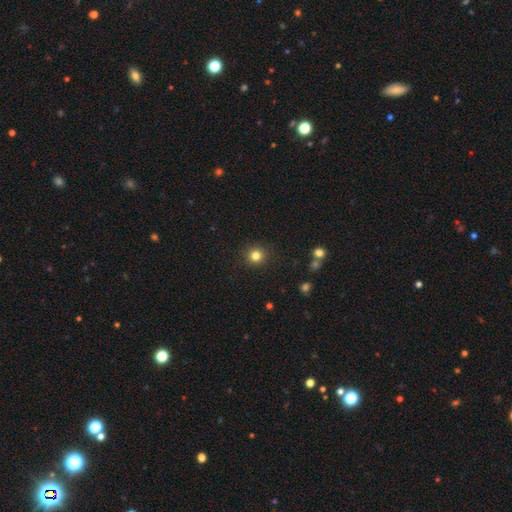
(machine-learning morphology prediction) smooth_or_featured: smooth (p=0.81) [alt: star or artifact p=0.13]
how_rounded: round (p=0.93) [alt: in between p=0.06]
merging: none (p=0.91) [alt: minor disturbance p=0.06]